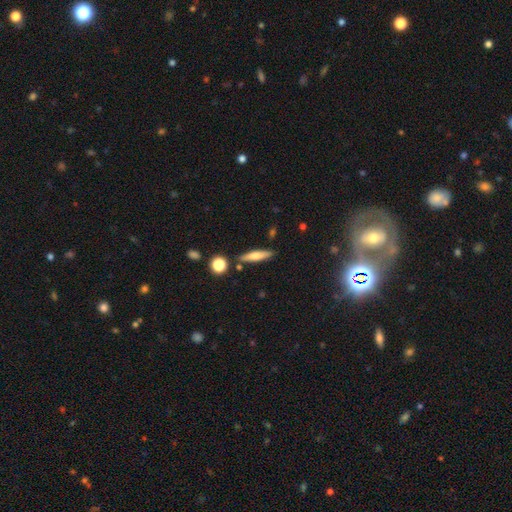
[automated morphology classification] Smooth or featured? Predicted: smooth (p=0.62). How rounded? Predicted: cigar-shaped (p=0.81). Merging? Predicted: none (p=0.83).